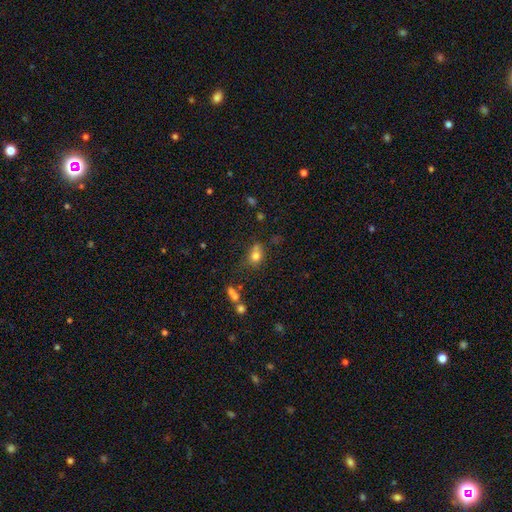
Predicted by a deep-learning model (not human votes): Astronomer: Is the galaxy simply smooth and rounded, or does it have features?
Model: smooth — 75%.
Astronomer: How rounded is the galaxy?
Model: round — 51% (runner-up: in between, 47%).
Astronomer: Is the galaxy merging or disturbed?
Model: none — 44% (runner-up: merger, 26%).